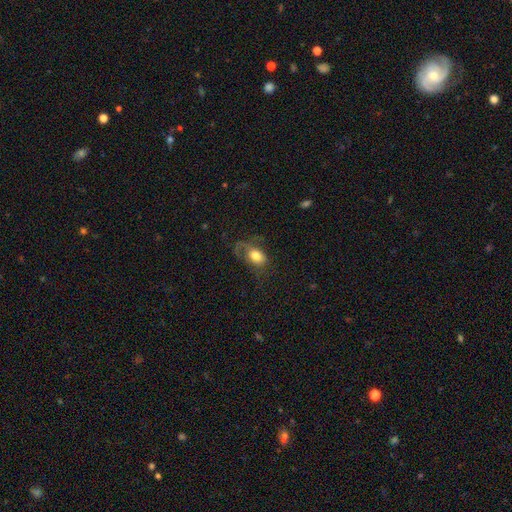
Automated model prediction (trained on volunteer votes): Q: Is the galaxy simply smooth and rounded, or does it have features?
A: smooth — 65%.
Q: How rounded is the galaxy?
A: in between — 78%.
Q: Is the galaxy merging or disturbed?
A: none — 38%.